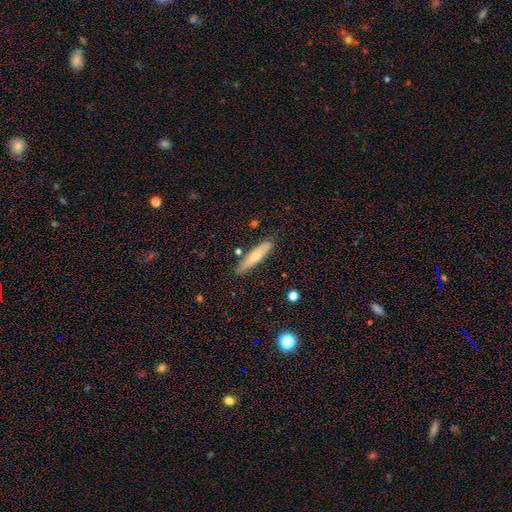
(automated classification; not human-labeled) smooth_or_featured: smooth (p=0.60) [alt: featured or disk p=0.33]
how_rounded: cigar-shaped (p=0.81) [alt: in between p=0.17]
merging: none (p=0.84) [alt: minor disturbance p=0.11]